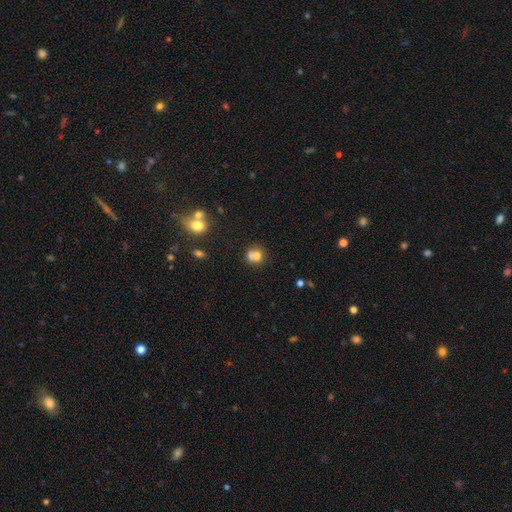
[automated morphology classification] Smooth or featured: smooth — 69% (featured or disk — 18%)
How rounded: round — 81% (in between — 18%)
Merging: merger — 46% (none — 40%)